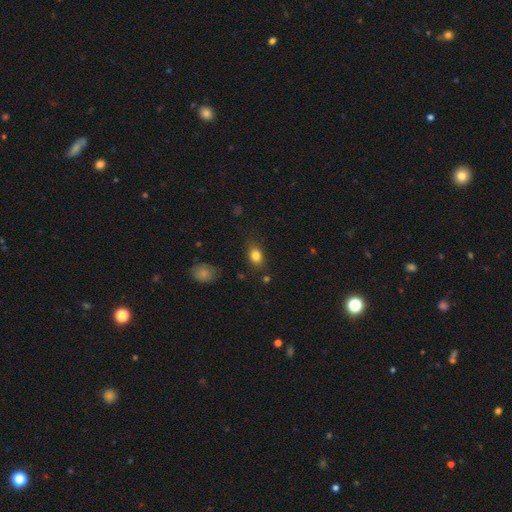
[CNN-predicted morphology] This appears to be a smooth galaxy with no disk features (83%) that is in between round and cigar-shaped (74%). Merging: none (80%).